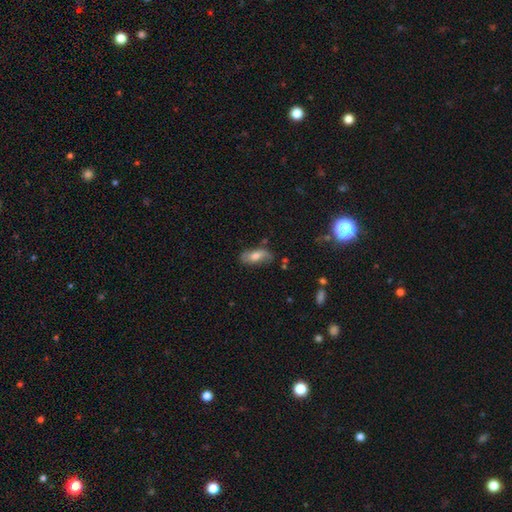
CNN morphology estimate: Smooth or featured? smooth (57%)
How rounded? in between (79%)
Merging? none (62%)